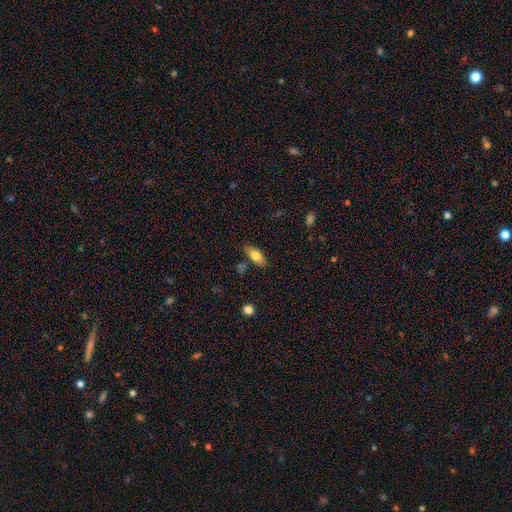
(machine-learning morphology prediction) A smooth galaxy with no disk features (74%) that is in between round and cigar-shaped (78%). Merging: none (79%).